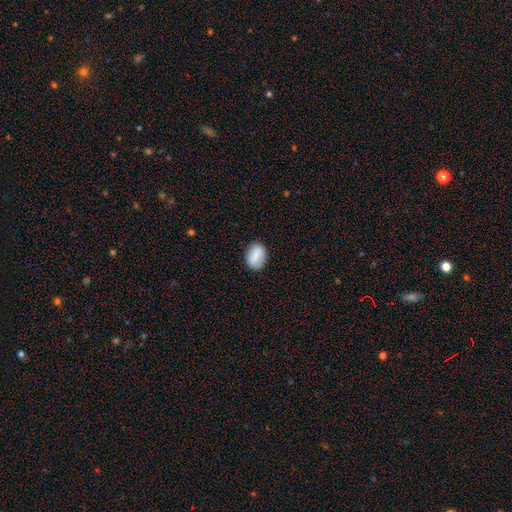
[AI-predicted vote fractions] smooth-or-featured: smooth: 82% | featured or disk: 11% | star or artifact: 7%
  how-rounded: in between: 79% | round: 19% | cigar-shaped: 2%
  merging: none: 84% | minor disturbance: 12% | major disturbance: 3% | merger: 1%